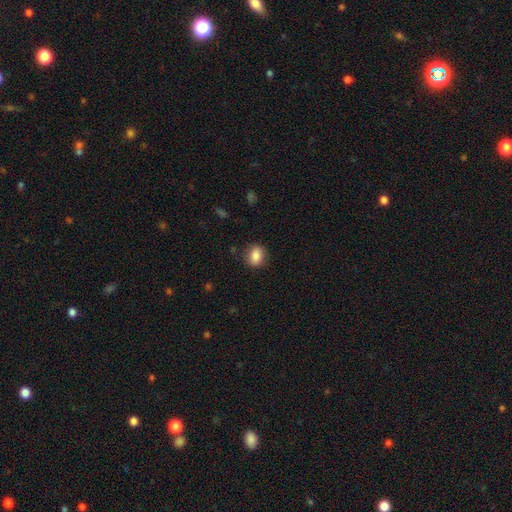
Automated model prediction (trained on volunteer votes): The model was most divided on "how rounded": in between: 58%, round: 40%, cigar-shaped: 2%. More confident: merging — none (85%); smooth or featured — smooth (85%).